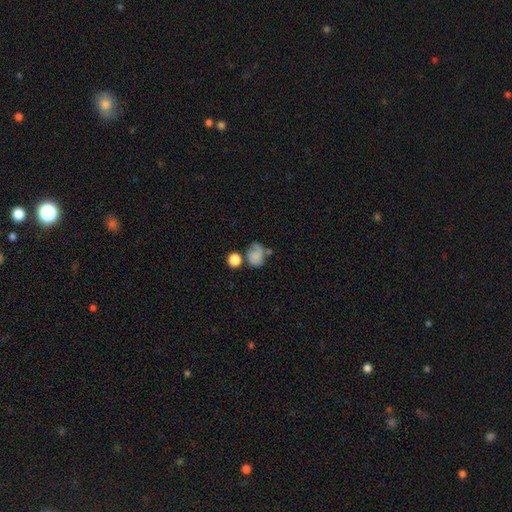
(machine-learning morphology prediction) Smooth or featured: smooth — 63% (featured or disk — 25%)
How rounded: round — 52% (in between — 47%)
Merging: none — 39% (minor disturbance — 25%)